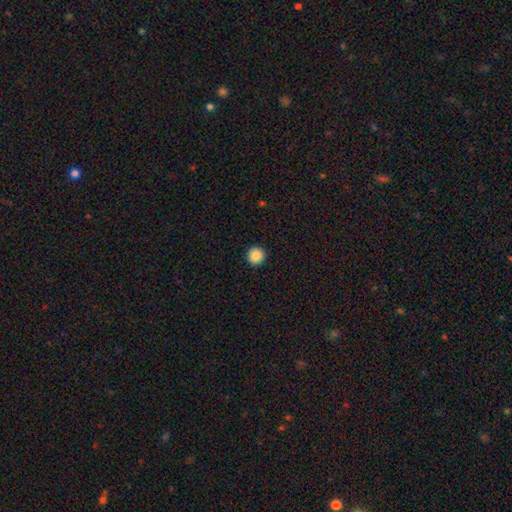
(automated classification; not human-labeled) Morphology: type=smooth (88%); roundness=round (95%); merging=none (93%).